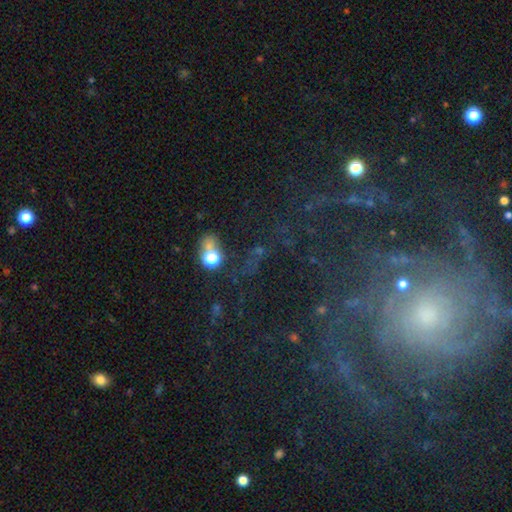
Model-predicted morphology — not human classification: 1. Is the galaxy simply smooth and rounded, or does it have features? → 57% featured or disk, 26% star or artifact, 17% smooth.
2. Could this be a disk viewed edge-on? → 91% no, 9% yes.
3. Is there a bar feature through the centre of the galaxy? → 64% no, 23% weak, 13% strong.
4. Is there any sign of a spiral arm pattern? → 79% yes, 21% no.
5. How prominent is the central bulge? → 53% small, 33% moderate, 6% none, 5% large, 3% dominant.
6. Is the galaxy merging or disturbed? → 65% none, 15% major disturbance, 14% minor disturbance, 6% merger.